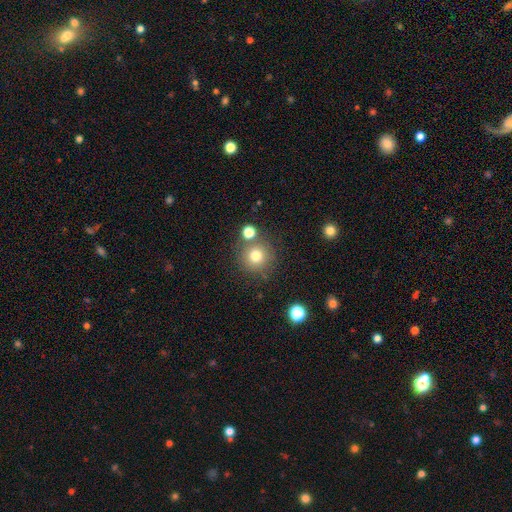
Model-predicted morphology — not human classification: The model was most divided on "merging": none: 75%, merger: 12%, minor disturbance: 9%, major disturbance: 4%. More confident: how rounded — round (94%); smooth or featured — smooth (76%).